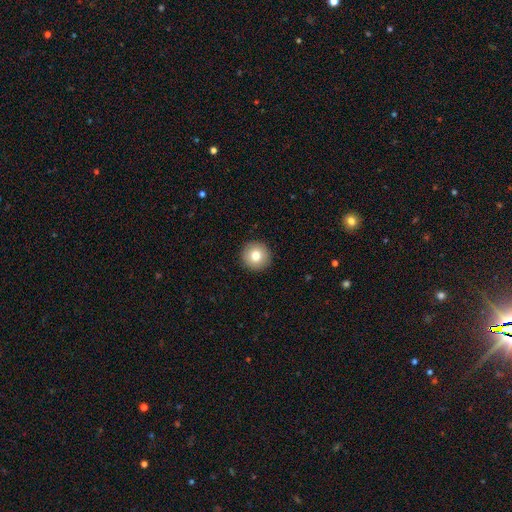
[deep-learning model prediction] Smooth or featured: smooth — 79% (featured or disk — 11%)
How rounded: round — 96% (in between — 3%)
Merging: none — 93% (minor disturbance — 4%)